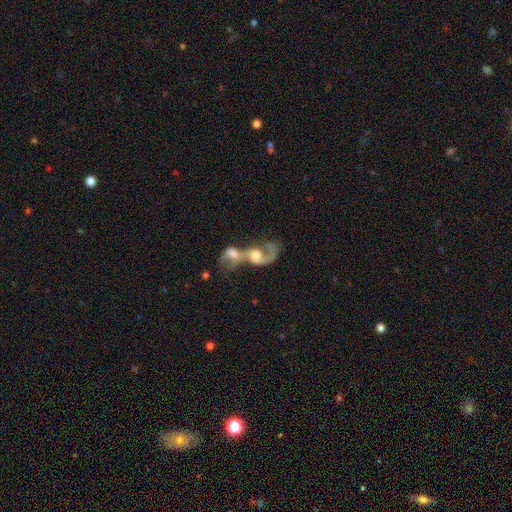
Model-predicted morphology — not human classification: The model was most divided on "spiral arm count": 2: 46%, 1: 42%, can't tell: 9%, 3: 1%, more than 4: 1%, 4: 1%. More confident: edge-on disk — no (96%); merging — merger (85%); spiral arms — yes (80%); smooth or featured — featured or disk (67%); bar — no (64%); spiral winding — loose (59%); bulge size — moderate (54%).